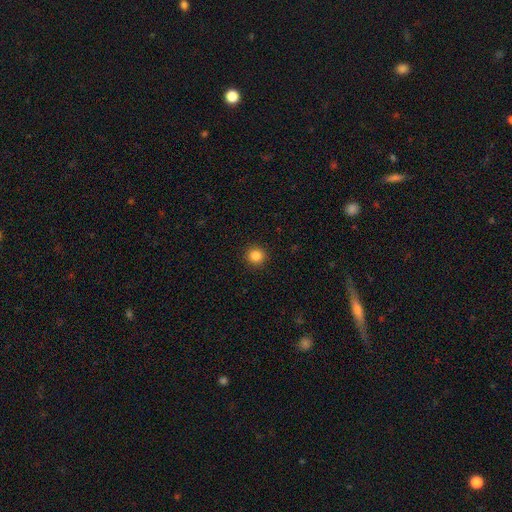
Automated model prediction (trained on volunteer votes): The model was most divided on "smooth or featured": smooth: 84%, star or artifact: 11%, featured or disk: 4%. More confident: how rounded — round (94%); merging — none (93%).